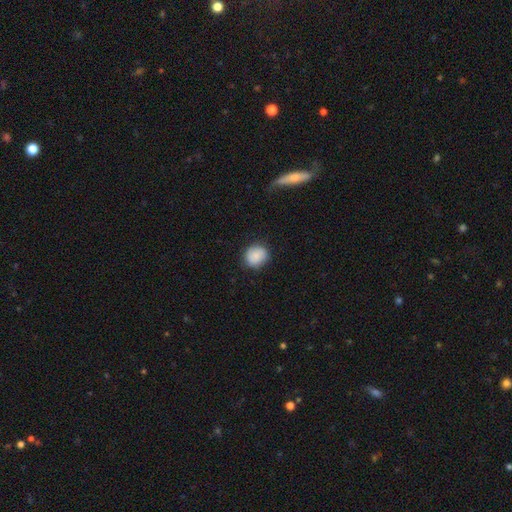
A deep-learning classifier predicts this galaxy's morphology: Smooth or featured? Predicted: smooth (p=0.83). How rounded? Predicted: round (p=0.78). Merging? Predicted: none (p=0.81).